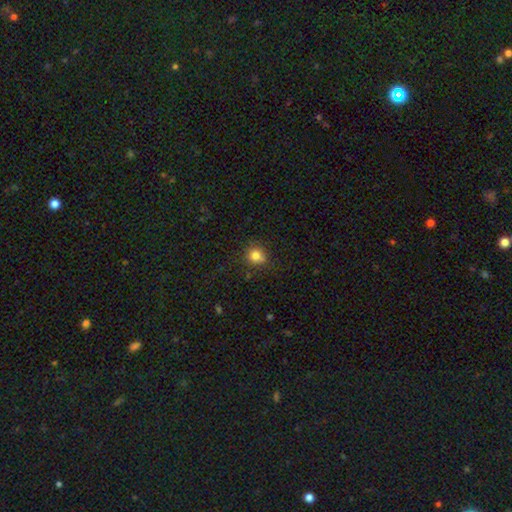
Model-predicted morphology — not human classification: This is clearly a smooth galaxy (81%). How rounded: clearly round (84%). Merging: likely none (77%).